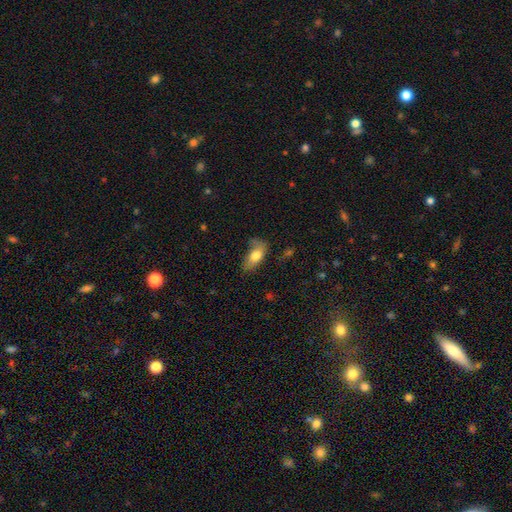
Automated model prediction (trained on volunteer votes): smooth 72%, featured or disk 20%, star or artifact 8%. Down the decision tree: how rounded — in between (85%); merging — none (50%).